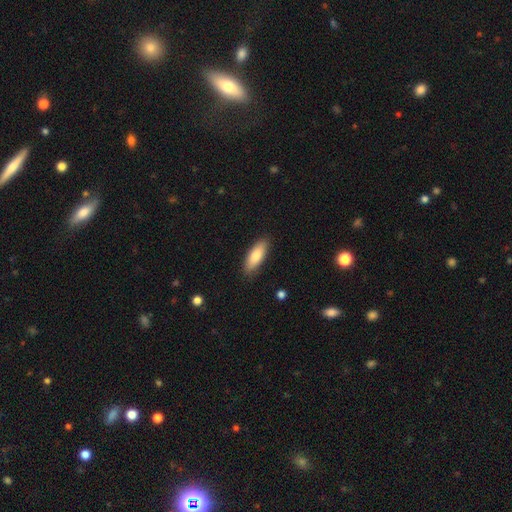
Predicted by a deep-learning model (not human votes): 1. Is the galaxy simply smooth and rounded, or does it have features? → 82% smooth, 13% featured or disk, 6% star or artifact.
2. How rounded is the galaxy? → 68% in between, 31% cigar-shaped, 2% round.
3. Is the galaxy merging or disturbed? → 87% none, 10% minor disturbance, 2% major disturbance, 1% merger.